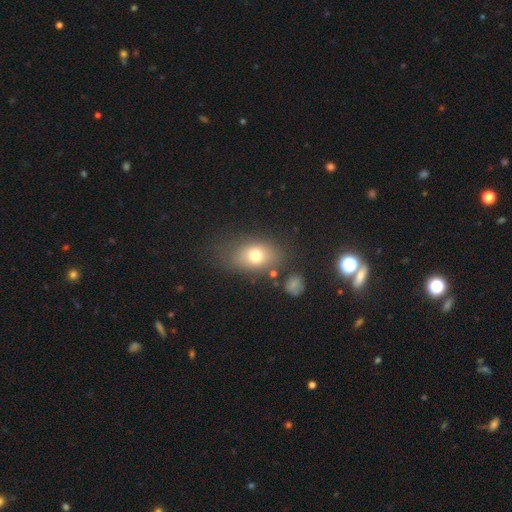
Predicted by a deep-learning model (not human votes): This is likely a smooth galaxy (73%). How rounded: likely in between (72%). Merging: likely none (65%).